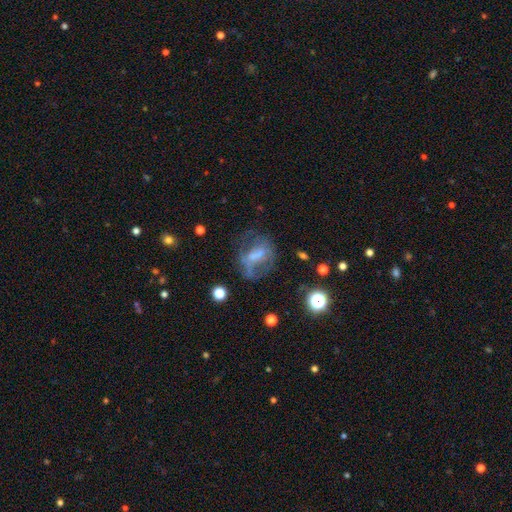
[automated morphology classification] Smooth or featured?
  - featured or disk: 53% *
  - smooth: 32%
  - star or artifact: 15%
Edge-on disk?
  - no: 96% *
  - yes: 4%
Bar?
  - no: 53% *
  - weak: 33%
  - strong: 14%
Spiral arms?
  - no: 65% *
  - yes: 35%
Bulge size?
  - small: 43% *
  - none: 27%
  - moderate: 24%
  - large: 4%
  - dominant: 1%
Merging?
  - none: 41% *
  - major disturbance: 31%
  - minor disturbance: 20%
  - merger: 9%